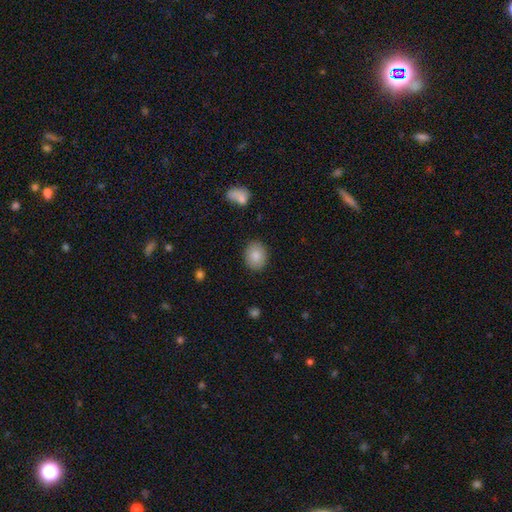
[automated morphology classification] Q: Smooth or featured?
A: smooth (84%); runner-up: featured or disk (8%)
Q: How rounded?
A: round (50%); runner-up: in between (49%)
Q: Merging?
A: none (88%); runner-up: minor disturbance (8%)